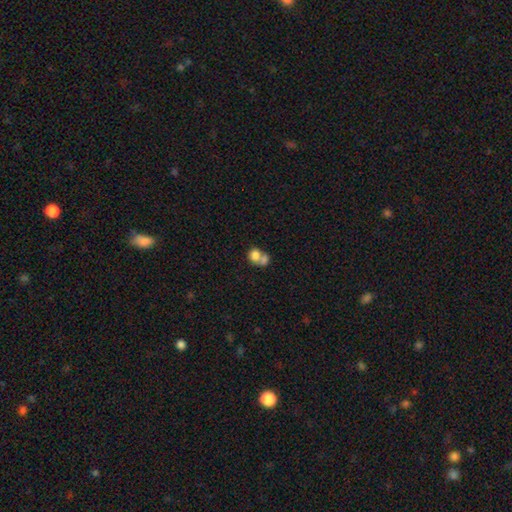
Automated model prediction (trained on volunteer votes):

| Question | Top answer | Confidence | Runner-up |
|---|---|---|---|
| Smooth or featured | smooth | 77% | featured or disk (14%) |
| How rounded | round | 60% | in between (39%) |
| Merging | merger | 67% | none (22%) |